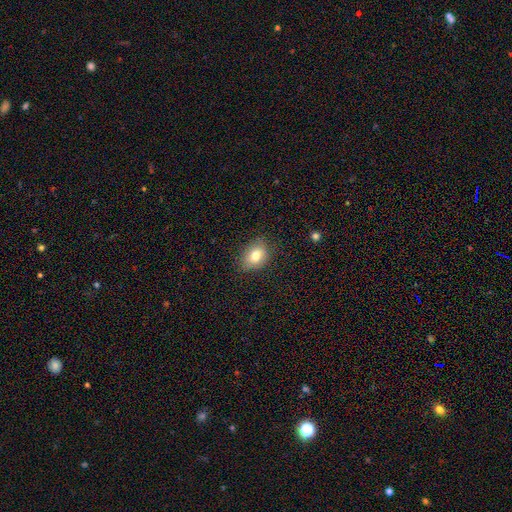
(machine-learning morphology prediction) A smooth galaxy with no disk features (77%) that is in between round and cigar-shaped (68%).

Vote fractions:
- Smooth or featured? smooth: 77% / featured or disk: 13% / star or artifact: 10%
- How rounded? in between: 68% / round: 31% / cigar-shaped: 1%
- Merging? none: 80% / minor disturbance: 15% / major disturbance: 3% / merger: 1%